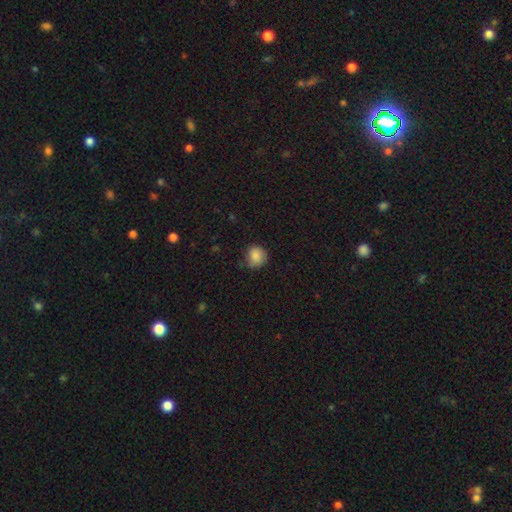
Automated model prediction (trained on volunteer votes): smooth_or_featured: smooth (p=0.85) [alt: star or artifact p=0.09]
how_rounded: round (p=0.82) [alt: in between p=0.17]
merging: none (p=0.67) [alt: minor disturbance p=0.25]